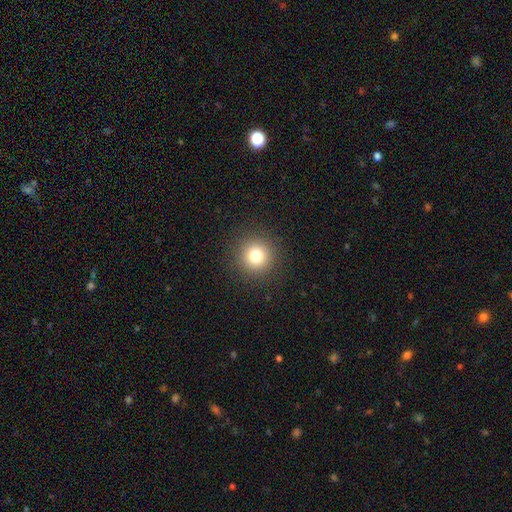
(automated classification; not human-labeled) smooth_or_featured: smooth (p=0.78) [alt: star or artifact p=0.14]
how_rounded: round (p=0.95) [alt: in between p=0.04]
merging: none (p=0.91) [alt: minor disturbance p=0.05]